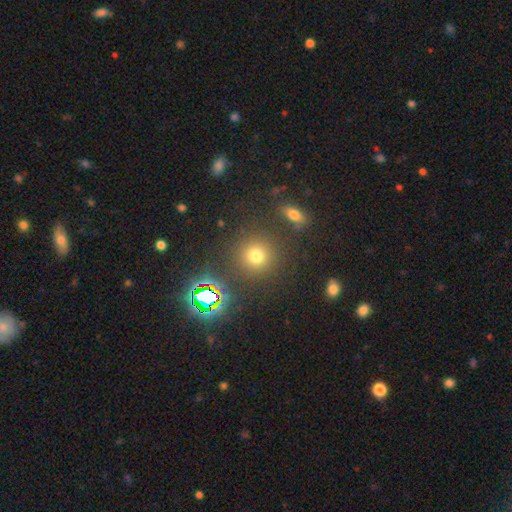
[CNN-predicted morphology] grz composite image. It shows a smooth galaxy with no disk features (68%) that is round (92%). Merging: none (84%).